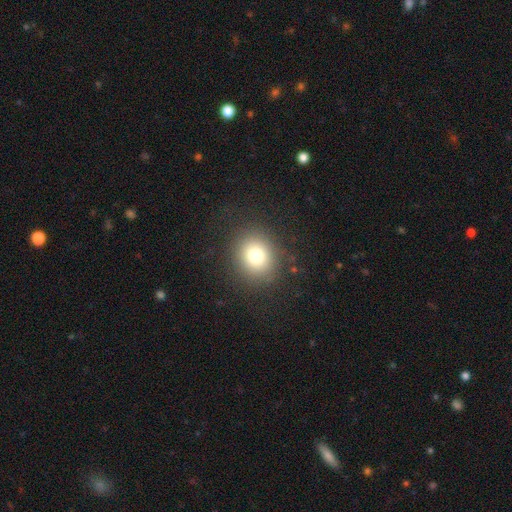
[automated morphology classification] Q: Smooth or featured?
A: smooth (76%); runner-up: star or artifact (14%)
Q: How rounded?
A: round (80%); runner-up: in between (19%)
Q: Merging?
A: none (86%); runner-up: minor disturbance (8%)